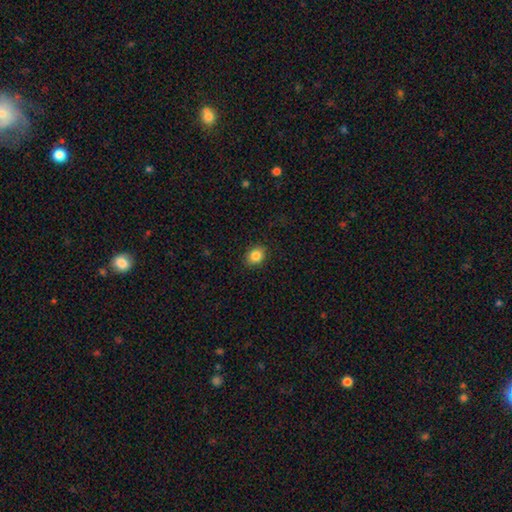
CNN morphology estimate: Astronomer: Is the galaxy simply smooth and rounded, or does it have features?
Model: smooth — 84%.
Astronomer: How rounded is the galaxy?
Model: in between — 51% (runner-up: round, 48%).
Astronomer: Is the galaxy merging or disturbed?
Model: none — 88%.